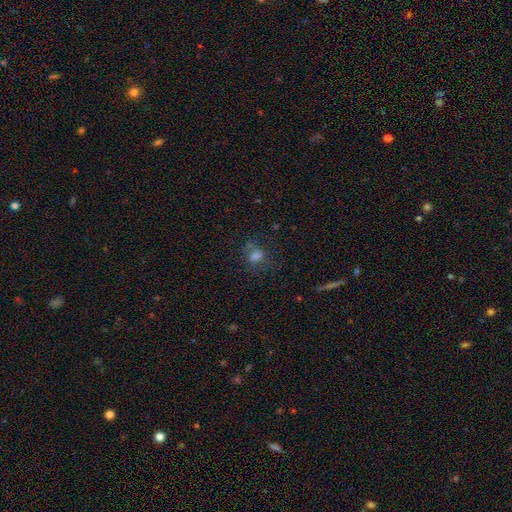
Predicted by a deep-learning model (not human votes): This appears to be a smooth galaxy with no disk features (56%) that is round (50%). Merging: none (61%).